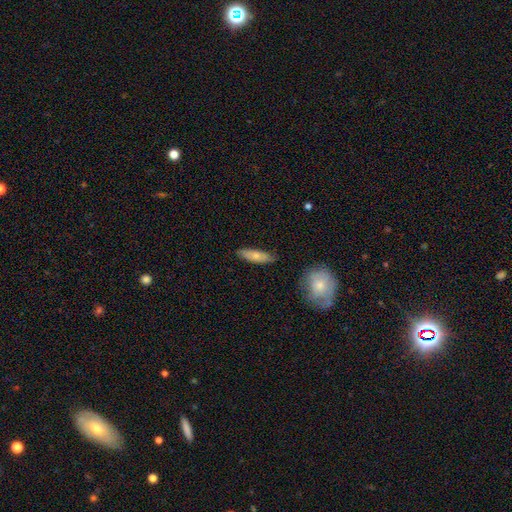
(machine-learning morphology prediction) The model was most divided on "how rounded": in between: 52%, cigar-shaped: 45%, round: 2%. More confident: merging — none (81%); smooth or featured — smooth (71%).